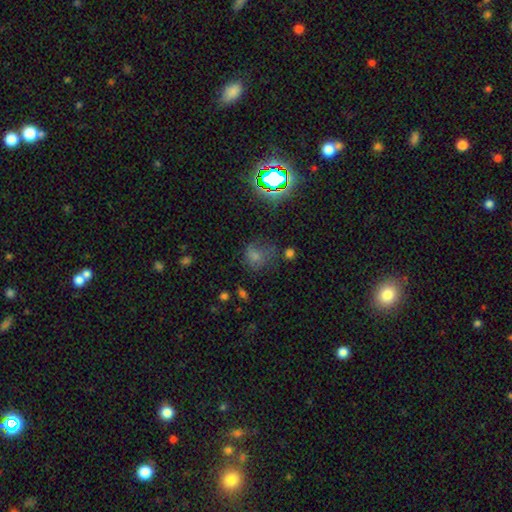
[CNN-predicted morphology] Overall: smooth (61%; star or artifact 25%). How rounded: round (56%; in between 42%). Merging: none (42%; major disturbance 26%).